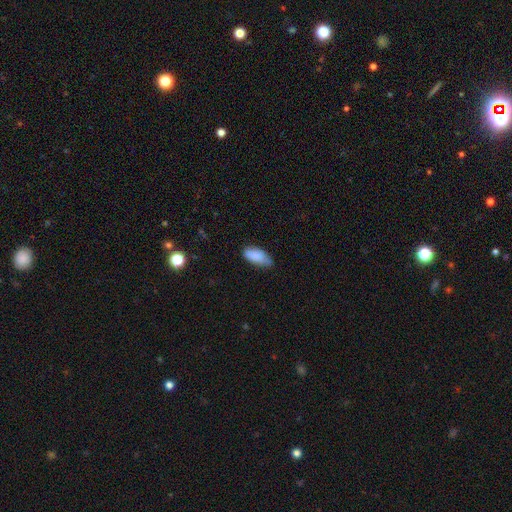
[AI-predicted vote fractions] This is clearly a smooth galaxy (84%). How rounded: clearly in between (88%). Merging: likely none (63%).